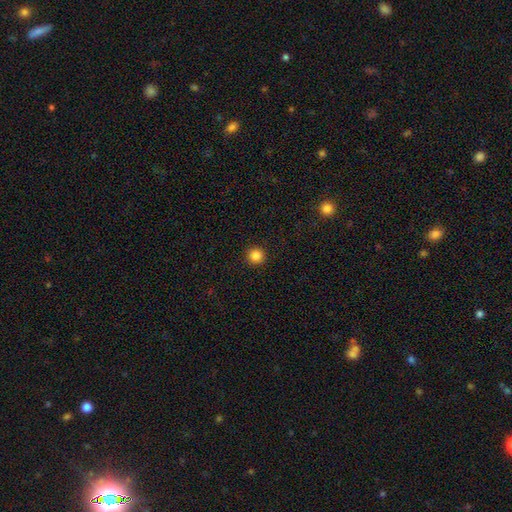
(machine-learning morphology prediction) Overall: smooth (85%). How rounded: round (96%). Merging: none (93%).